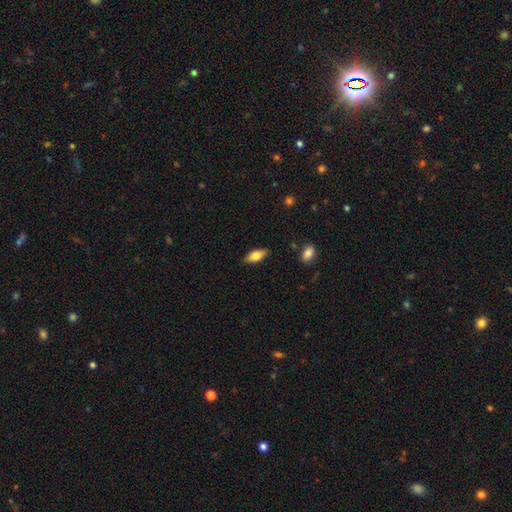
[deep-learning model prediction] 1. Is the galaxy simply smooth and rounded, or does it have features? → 75% smooth, 19% featured or disk, 7% star or artifact.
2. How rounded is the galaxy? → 81% in between, 16% cigar-shaped, 3% round.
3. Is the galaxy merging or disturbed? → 86% none, 11% minor disturbance, 2% major disturbance, 1% merger.